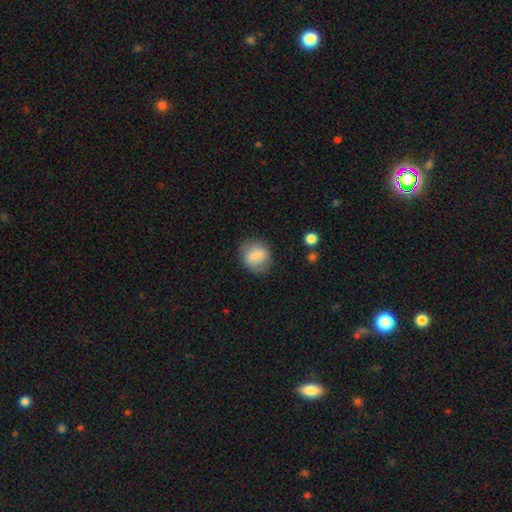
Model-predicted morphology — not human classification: smooth_or_featured: smooth (p=0.79) [alt: featured or disk p=0.13]
how_rounded: round (p=0.76) [alt: in between p=0.23]
merging: none (p=0.75) [alt: minor disturbance p=0.17]